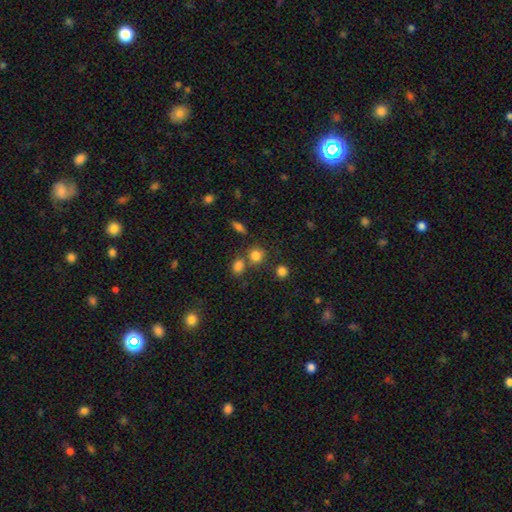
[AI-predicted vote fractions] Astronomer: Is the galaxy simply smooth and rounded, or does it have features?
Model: smooth — 80%.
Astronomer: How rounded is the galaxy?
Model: round — 80%.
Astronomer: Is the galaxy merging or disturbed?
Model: none — 66%.